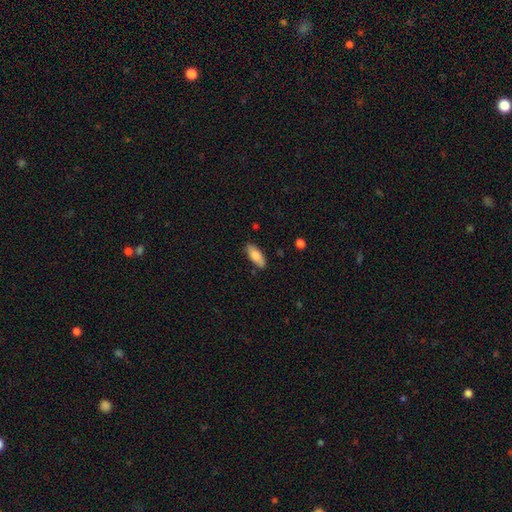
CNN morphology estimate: Overall: smooth (84%). How rounded: in between (75%). Merging: none (83%).